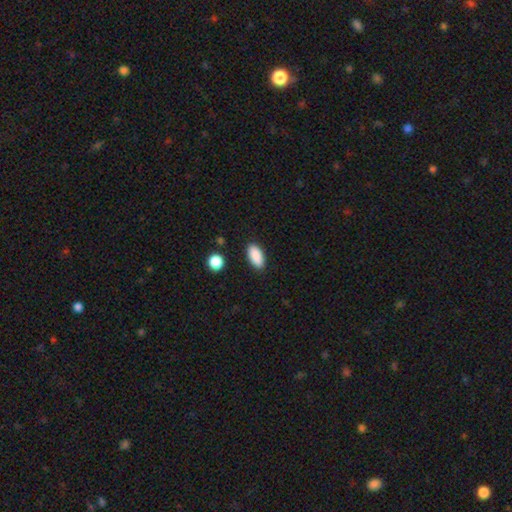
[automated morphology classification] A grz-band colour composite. It shows a smooth galaxy with no disk features (89%) that is in between round and cigar-shaped (90%). Merging: none (88%).